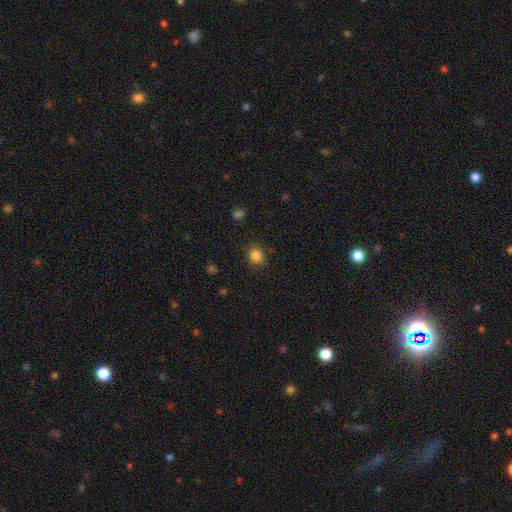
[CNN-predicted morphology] A smooth galaxy with no disk features (85%) that is round (84%).

Vote fractions:
- Smooth or featured? smooth: 85% / star or artifact: 12% / featured or disk: 4%
- How rounded? round: 84% / in between: 15% / cigar-shaped: 1%
- Merging? none: 88% / minor disturbance: 8% / major disturbance: 3% / merger: 1%